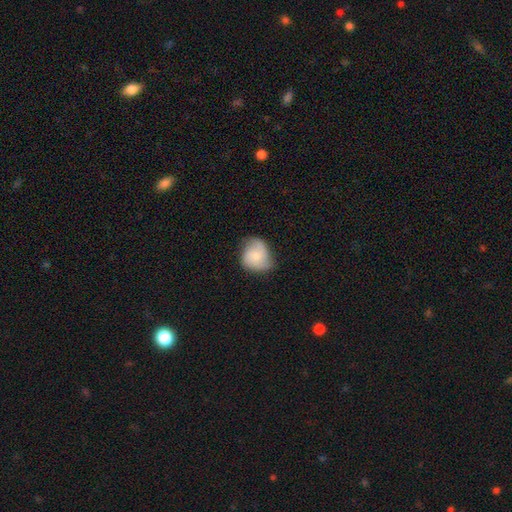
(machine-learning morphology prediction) smooth-or-featured: smooth: 57% | featured or disk: 35% | star or artifact: 7%
  how-rounded: round: 61% | in between: 38% | cigar-shaped: 1%
  merging: none: 51% | minor disturbance: 35% | major disturbance: 12% | merger: 2%